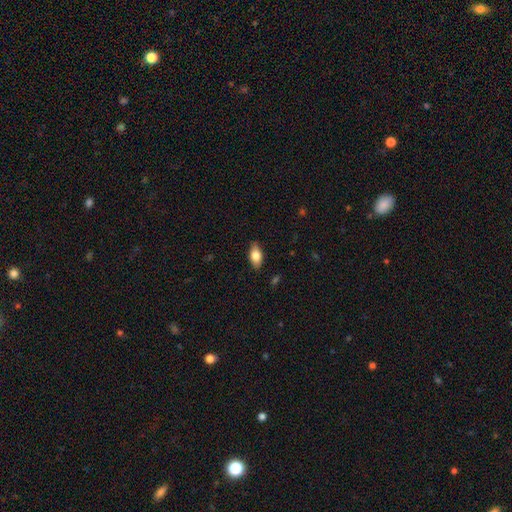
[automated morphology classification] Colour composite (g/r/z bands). It shows a smooth galaxy with no disk features (79%) that is in between round and cigar-shaped (89%). Merging: none (86%).